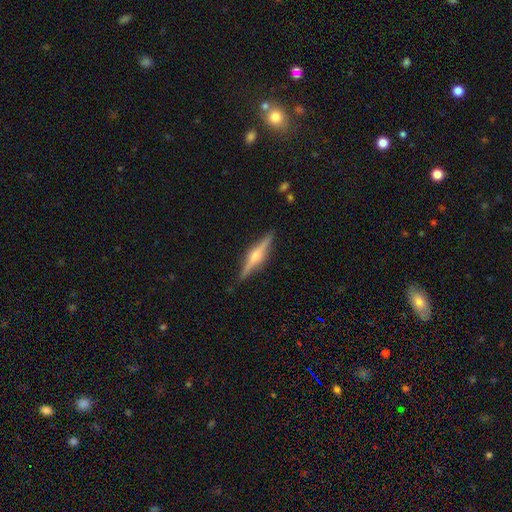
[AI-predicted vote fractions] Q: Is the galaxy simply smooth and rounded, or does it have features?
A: featured or disk — 73%.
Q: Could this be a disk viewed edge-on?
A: yes — 98%.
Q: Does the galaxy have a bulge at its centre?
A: rounded — 88%.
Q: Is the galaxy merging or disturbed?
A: none — 90%.